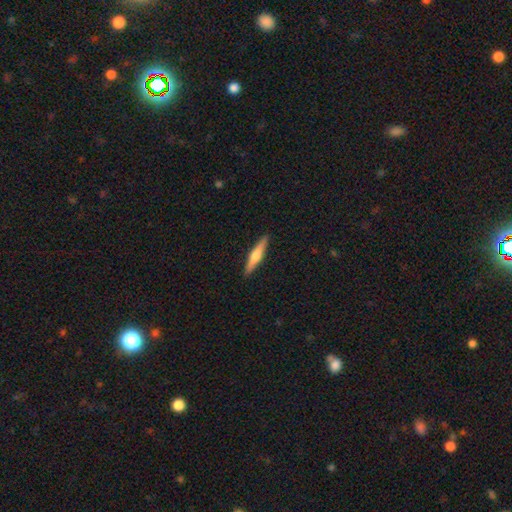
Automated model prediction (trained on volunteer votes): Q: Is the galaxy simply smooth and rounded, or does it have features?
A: featured or disk — 53%.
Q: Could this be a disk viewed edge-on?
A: yes — 97%.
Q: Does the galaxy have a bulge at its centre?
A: rounded — 88%.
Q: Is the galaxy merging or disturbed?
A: none — 91%.